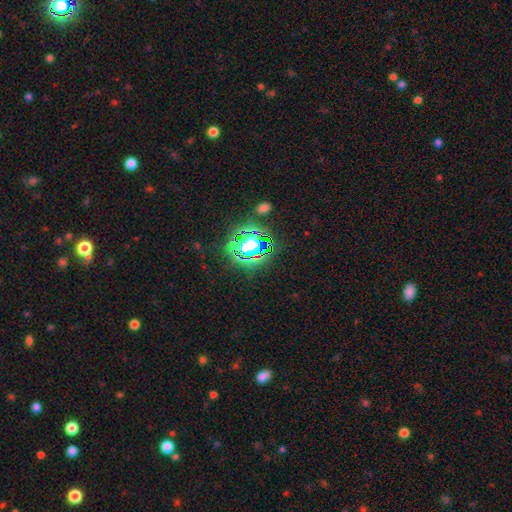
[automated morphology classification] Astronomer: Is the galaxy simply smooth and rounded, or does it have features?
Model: star or artifact — 75%.